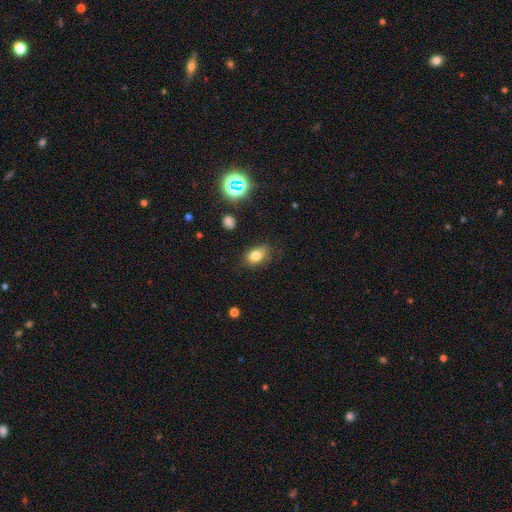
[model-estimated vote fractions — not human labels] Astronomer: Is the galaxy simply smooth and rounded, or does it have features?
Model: smooth — 78%.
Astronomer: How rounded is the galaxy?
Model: in between — 80%.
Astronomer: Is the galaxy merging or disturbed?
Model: none — 75%.